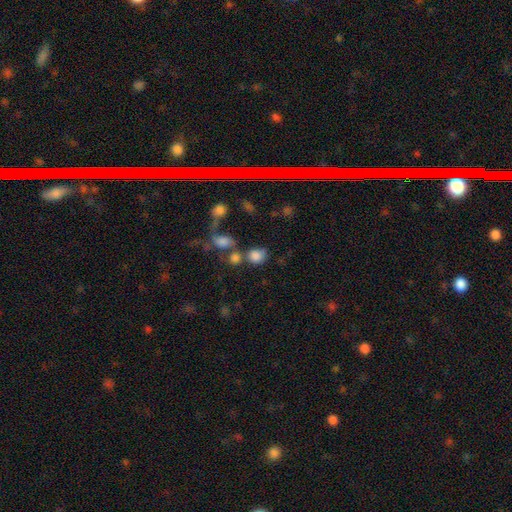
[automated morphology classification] Smooth or featured?
  - smooth: 80% *
  - star or artifact: 13%
  - featured or disk: 8%
How rounded?
  - round: 69% *
  - in between: 29%
  - cigar-shaped: 2%
Merging?
  - none: 49% *
  - merger: 30%
  - minor disturbance: 13%
  - major disturbance: 8%